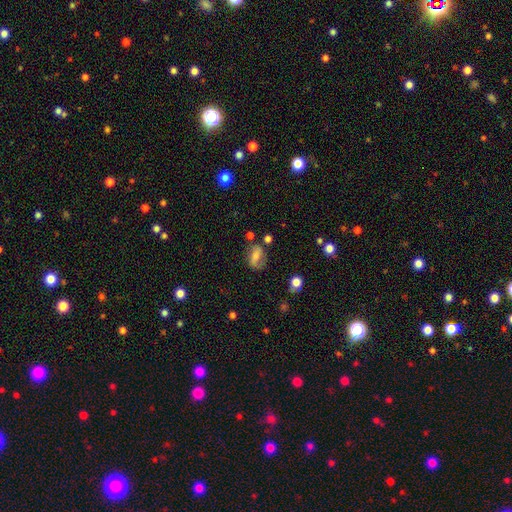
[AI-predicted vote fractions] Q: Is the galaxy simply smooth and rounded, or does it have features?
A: smooth — 49%.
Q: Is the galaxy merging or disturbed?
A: none — 58%.